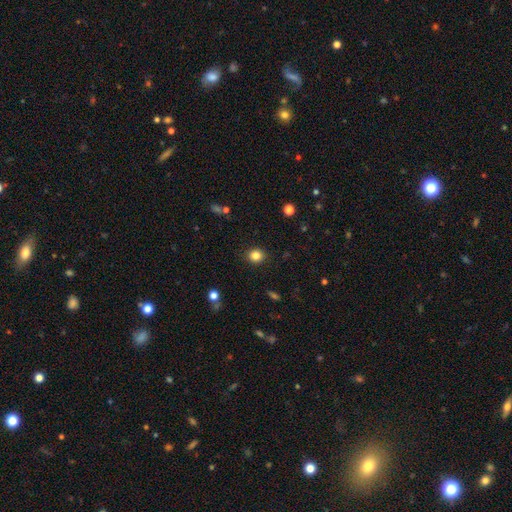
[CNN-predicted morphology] This is clearly a smooth galaxy (84%). How rounded: likely round (75%). Merging: clearly none (90%).